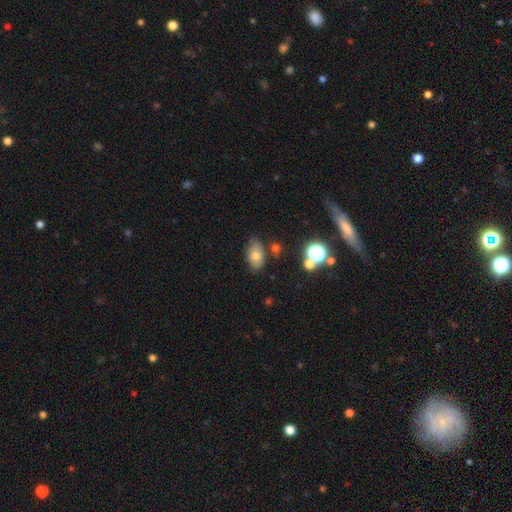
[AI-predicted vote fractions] smooth_or_featured: smooth (p=0.68) [alt: featured or disk p=0.20]
how_rounded: in between (p=0.88) [alt: round p=0.11]
merging: none (p=0.71) [alt: minor disturbance p=0.19]